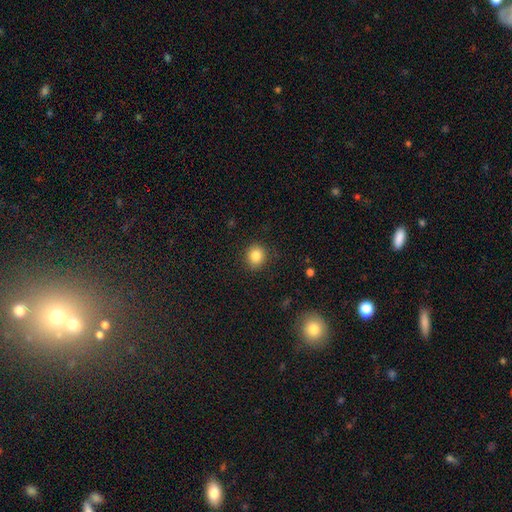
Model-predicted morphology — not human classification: Smooth or featured? Predicted: smooth (p=0.85). How rounded? Predicted: round (p=0.83). Merging? Predicted: none (p=0.88).